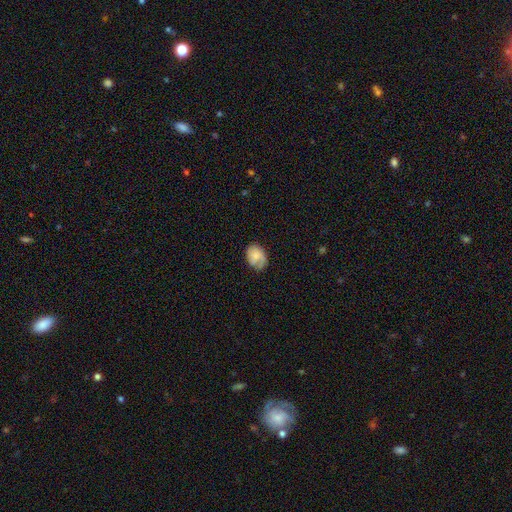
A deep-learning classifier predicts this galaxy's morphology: Smooth or featured? Predicted: smooth (p=0.69). How rounded? Predicted: in between (p=0.73). Merging? Predicted: none (p=0.58).